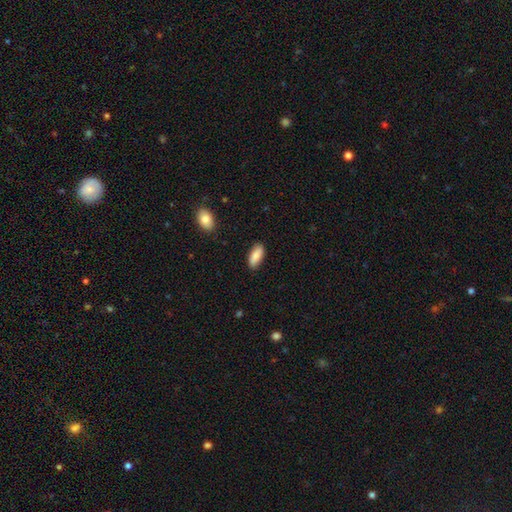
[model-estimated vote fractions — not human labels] smooth_or_featured: smooth (p=0.87) [alt: featured or disk p=0.07]
how_rounded: in between (p=0.84) [alt: cigar-shaped p=0.14]
merging: none (p=0.85) [alt: minor disturbance p=0.11]